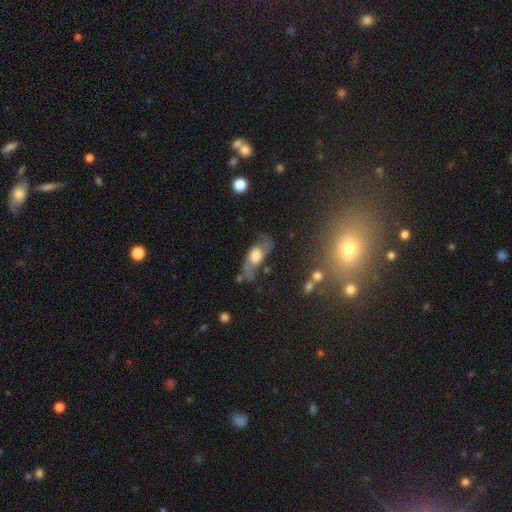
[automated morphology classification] Overall: featured or disk (54%; smooth 38%). Edge-on disk: no (78%). Merging: none (47%; minor disturbance 27%).